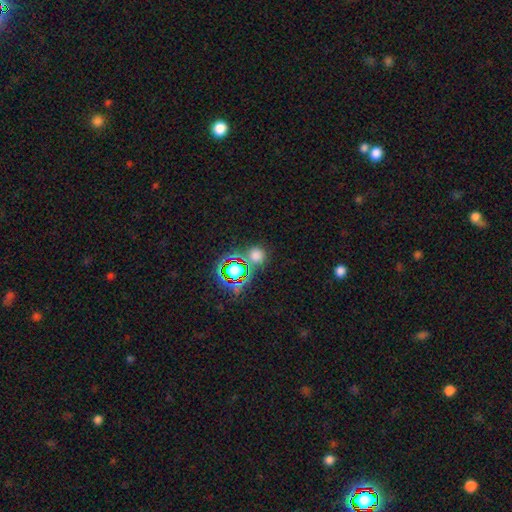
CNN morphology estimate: Overall: smooth (60%; star or artifact 33%). How rounded: round (89%). Merging: none (72%).